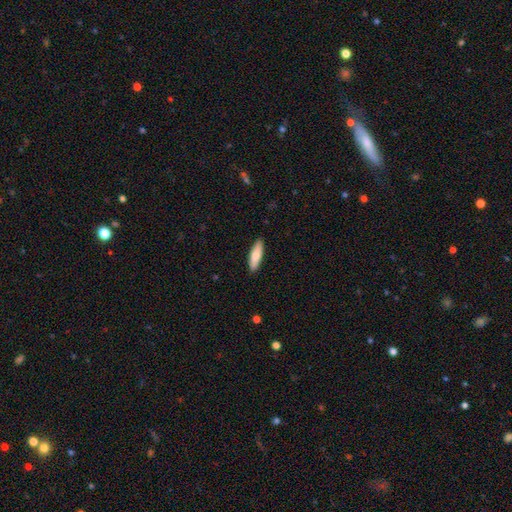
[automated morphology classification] Smooth or featured? smooth (78%)
How rounded? cigar-shaped (57%)
Merging? none (89%)